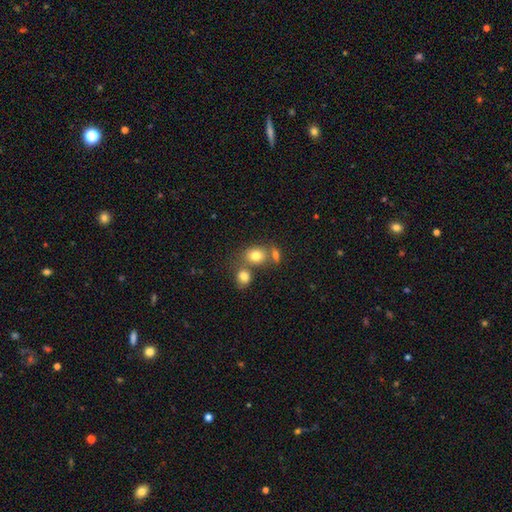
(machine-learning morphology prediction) smooth 78%, star or artifact 11%, featured or disk 10%. Down the decision tree: how rounded — round (53%); merging — none (50%).